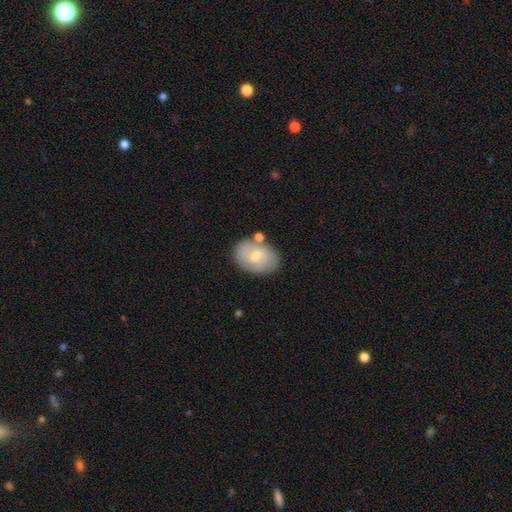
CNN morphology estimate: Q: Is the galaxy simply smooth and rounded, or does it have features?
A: smooth — 53%.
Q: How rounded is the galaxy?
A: in between — 78%.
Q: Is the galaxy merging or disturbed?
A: none — 70%.